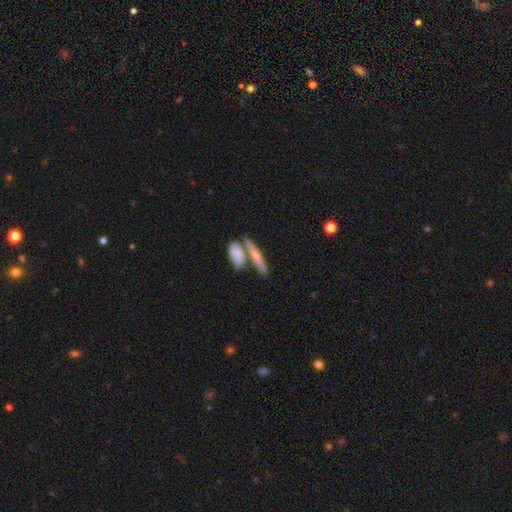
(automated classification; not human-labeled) A smooth galaxy with no disk features (65%) that is cigar-shaped (69%). Merging: none (52%).